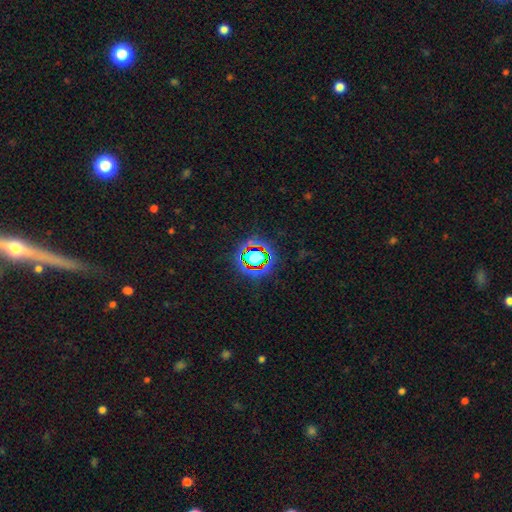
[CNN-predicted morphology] Smooth or featured? star or artifact (79%)